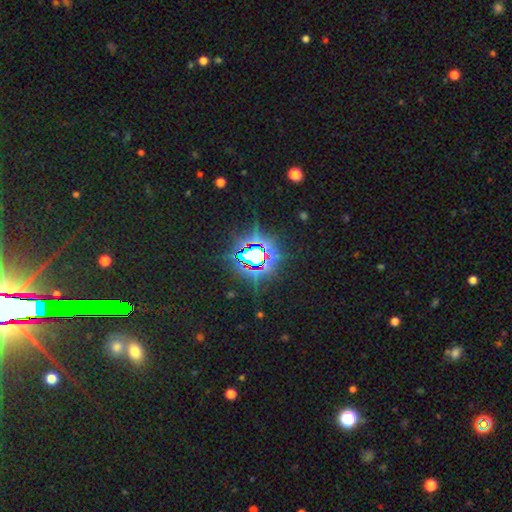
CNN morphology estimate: This is clearly a star or artifact rather than a galaxy (80%).